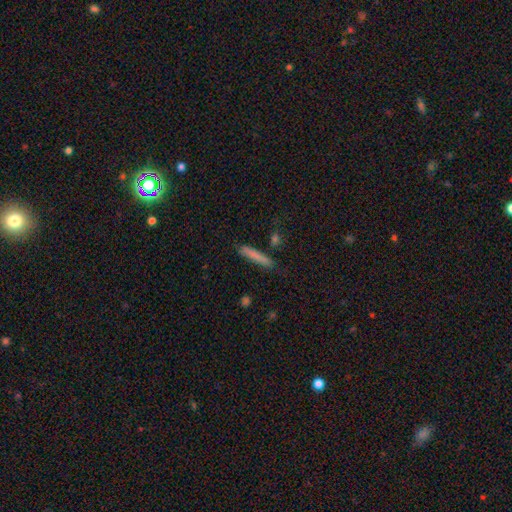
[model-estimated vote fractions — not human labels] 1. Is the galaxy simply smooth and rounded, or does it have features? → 77% smooth, 16% featured or disk, 7% star or artifact.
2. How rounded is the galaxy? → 94% cigar-shaped, 5% in between, 1% round.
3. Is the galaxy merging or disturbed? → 82% none, 12% minor disturbance, 3% merger, 3% major disturbance.